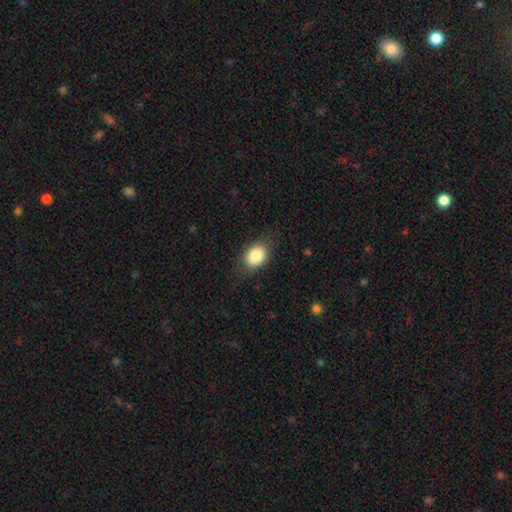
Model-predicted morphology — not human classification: The model was most divided on "how rounded": in between: 67%, round: 31%, cigar-shaped: 1%. More confident: smooth or featured — smooth (84%); merging — none (77%).